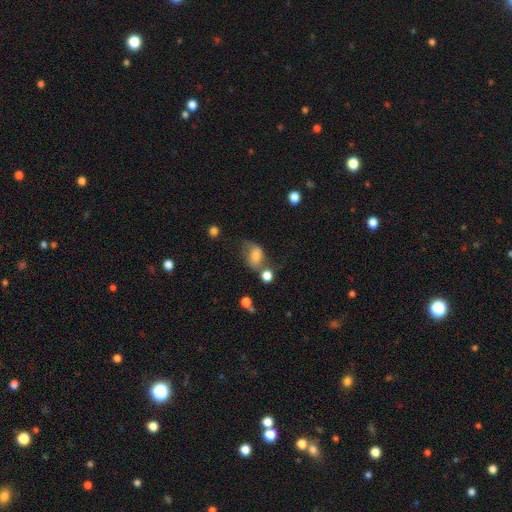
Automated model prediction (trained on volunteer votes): Q: Smooth or featured?
A: smooth (64%); runner-up: featured or disk (24%)
Q: How rounded?
A: in between (73%); runner-up: round (25%)
Q: Merging?
A: none (36%); runner-up: minor disturbance (27%)